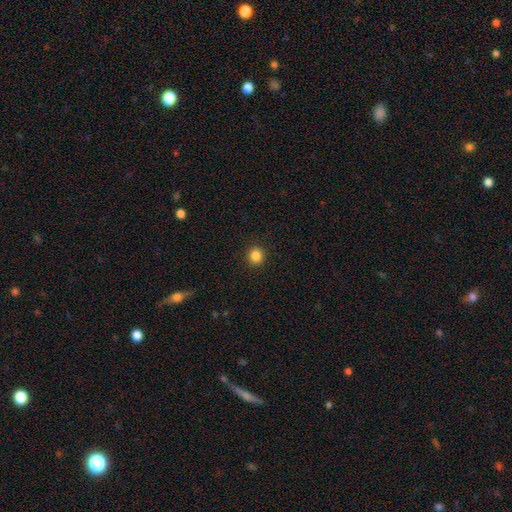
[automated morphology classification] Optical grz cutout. It shows a smooth galaxy with no disk features (85%) that is round (92%). Merging: none (93%).